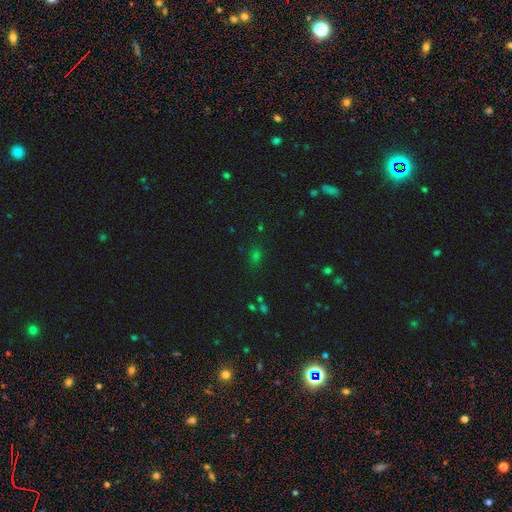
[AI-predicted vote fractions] A smooth galaxy with no disk features (49%). Merging: none (78%).